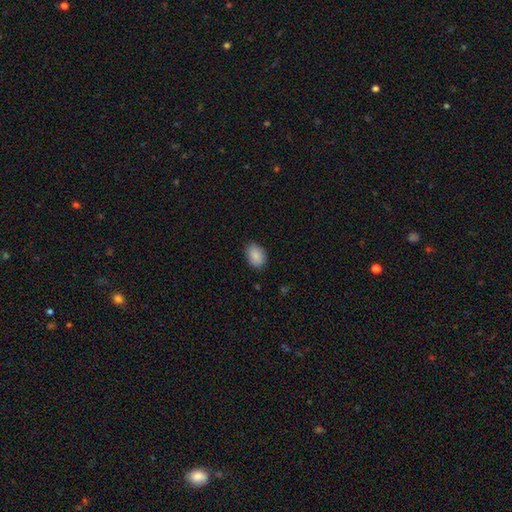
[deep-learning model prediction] Q: Smooth or featured?
A: smooth (89%); runner-up: star or artifact (7%)
Q: How rounded?
A: in between (81%); runner-up: round (18%)
Q: Merging?
A: none (83%); runner-up: minor disturbance (14%)